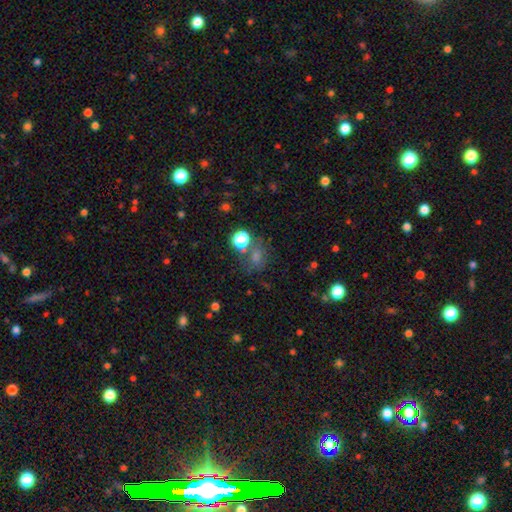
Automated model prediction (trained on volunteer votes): Smooth or featured? smooth (61%)
How rounded? round (58%)
Merging? none (58%)